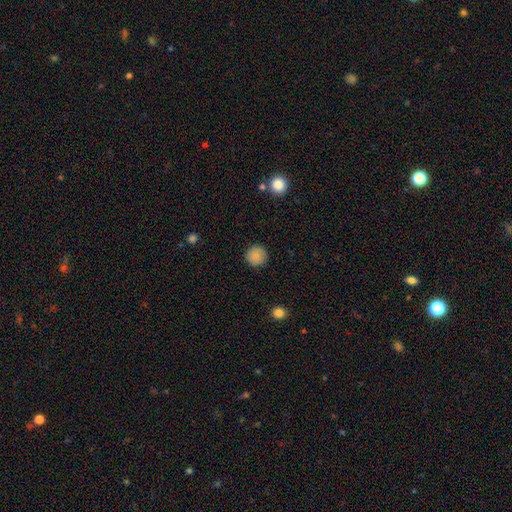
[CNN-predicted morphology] This is clearly a smooth galaxy (87%). How rounded: clearly round (95%). Merging: clearly none (91%).